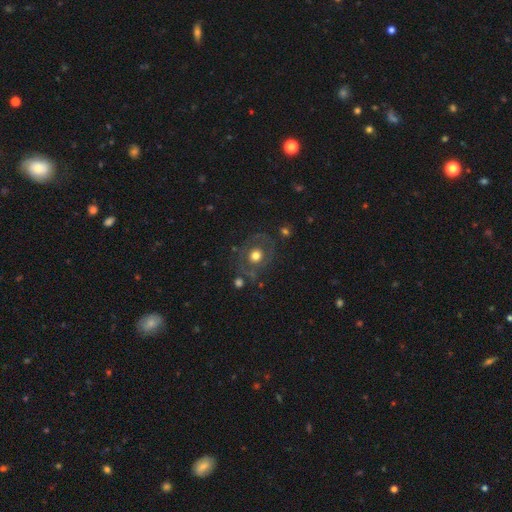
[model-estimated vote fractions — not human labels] This appears to be a smooth galaxy with no disk features (49%). Merging: none (71%).